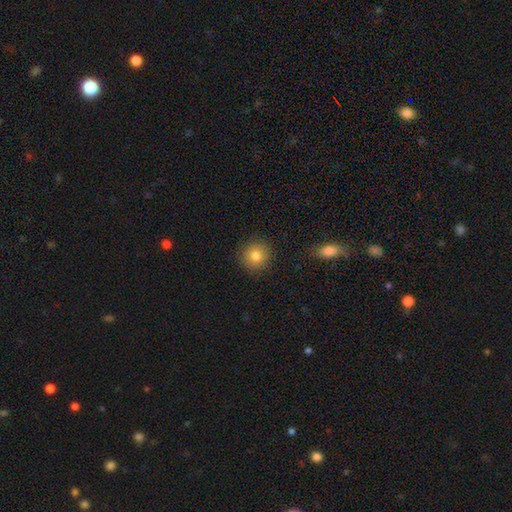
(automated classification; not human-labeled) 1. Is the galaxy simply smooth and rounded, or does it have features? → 82% smooth, 10% star or artifact, 8% featured or disk.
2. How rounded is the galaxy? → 91% round, 8% in between, 1% cigar-shaped.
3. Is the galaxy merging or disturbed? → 90% none, 7% minor disturbance, 2% major disturbance, 1% merger.